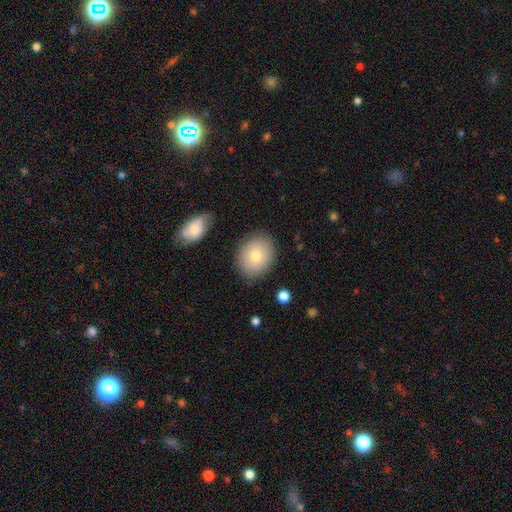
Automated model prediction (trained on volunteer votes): Smooth or featured: smooth — 73% (featured or disk — 18%)
How rounded: round — 52% (in between — 47%)
Merging: none — 83% (minor disturbance — 11%)